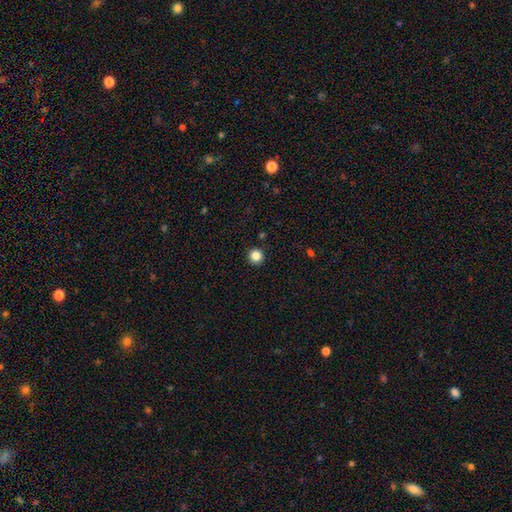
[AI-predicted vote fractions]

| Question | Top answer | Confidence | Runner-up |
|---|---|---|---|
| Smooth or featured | smooth | 85% | star or artifact (11%) |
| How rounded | round | 96% | in between (3%) |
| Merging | none | 93% | minor disturbance (4%) |